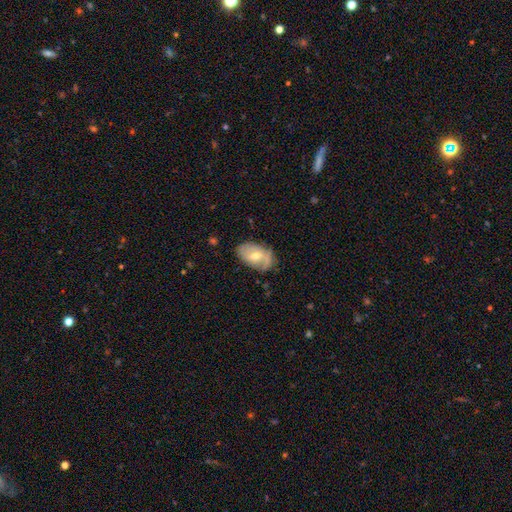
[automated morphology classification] smooth-or-featured: featured or disk: 58% | smooth: 34% | star or artifact: 8%
  disk-edge-on: no: 94% | yes: 6%
    bar: no: 46% | weak: 43% | strong: 11%
    has-spiral-arms: yes: 74% | no: 26%
    bulge-size: moderate: 61% | small: 35% | large: 2% | none: 1% | dominant: 1%
  merging: none: 66% | minor disturbance: 26% | major disturbance: 7% | merger: 2%